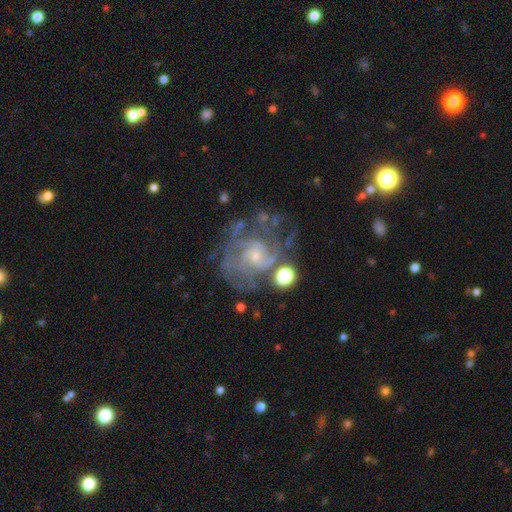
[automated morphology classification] This is clearly a featured or disk galaxy (84%). It is clearly not viewed edge-on (98%). Bar: likely no (69%). Spiral arm pattern: clearly yes (93%). Spiral arm count: marginally can't tell (32%). Spiral winding: possibly tight (49%). Central bulge: likely small (72%). Merging: possibly none (53%).